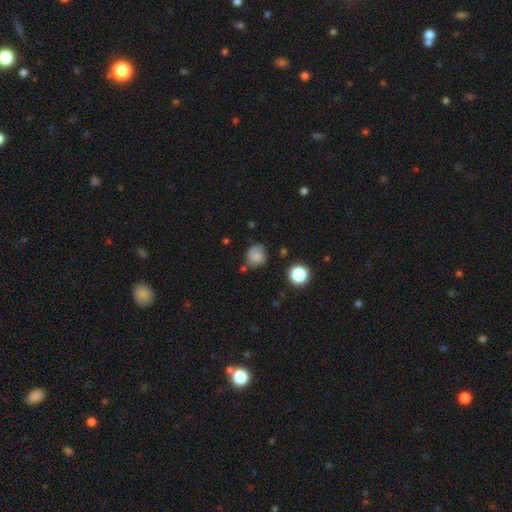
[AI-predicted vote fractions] Smooth or featured?
  - smooth: 67% *
  - featured or disk: 22%
  - star or artifact: 12%
How rounded?
  - round: 71% *
  - in between: 28%
  - cigar-shaped: 1%
Merging?
  - none: 64% *
  - minor disturbance: 25%
  - major disturbance: 7%
  - merger: 5%